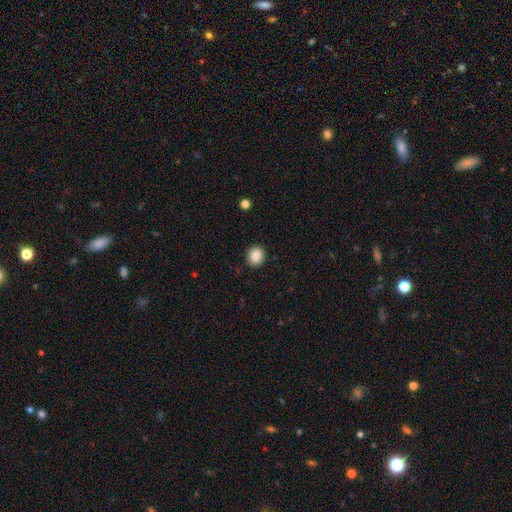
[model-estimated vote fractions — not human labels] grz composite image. It shows a smooth galaxy with no disk features (87%) that is round (70%). Merging: none (89%).